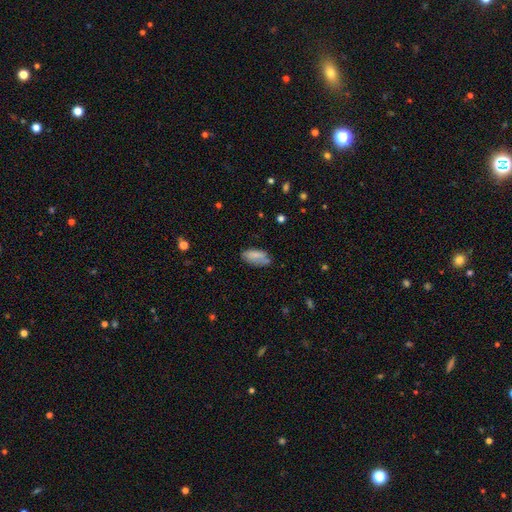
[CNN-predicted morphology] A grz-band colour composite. It shows a smooth galaxy with no disk features (77%) that is in between round and cigar-shaped (89%). Merging: none (60%).